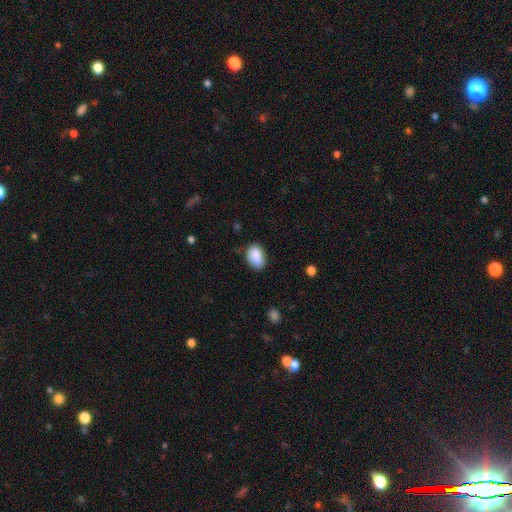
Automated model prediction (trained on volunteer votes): Smooth or featured? Predicted: smooth (p=0.87). How rounded? Predicted: in between (p=0.87). Merging? Predicted: none (p=0.76).